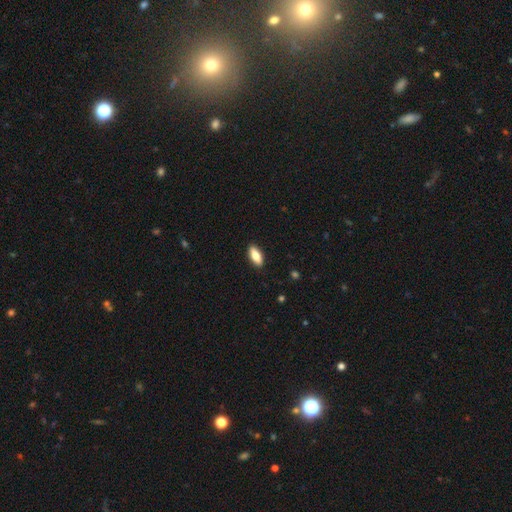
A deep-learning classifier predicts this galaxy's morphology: Smooth or featured? Predicted: smooth (p=0.79). How rounded? Predicted: in between (p=0.79). Merging? Predicted: none (p=0.90).